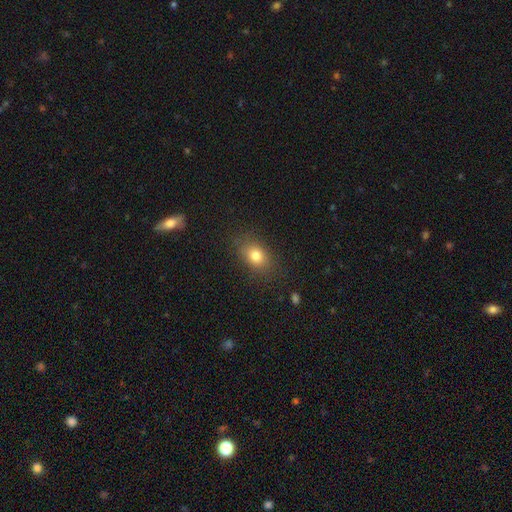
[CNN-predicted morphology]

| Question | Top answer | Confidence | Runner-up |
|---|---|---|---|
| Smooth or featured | smooth | 79% | star or artifact (11%) |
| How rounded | in between | 73% | round (25%) |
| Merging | none | 81% | minor disturbance (13%) |